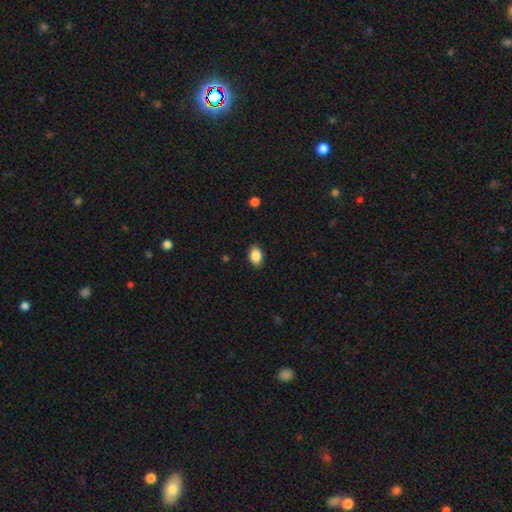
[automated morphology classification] smooth_or_featured: smooth (p=0.88) [alt: star or artifact p=0.08]
how_rounded: in between (p=0.83) [alt: round p=0.16]
merging: none (p=0.88) [alt: minor disturbance p=0.09]